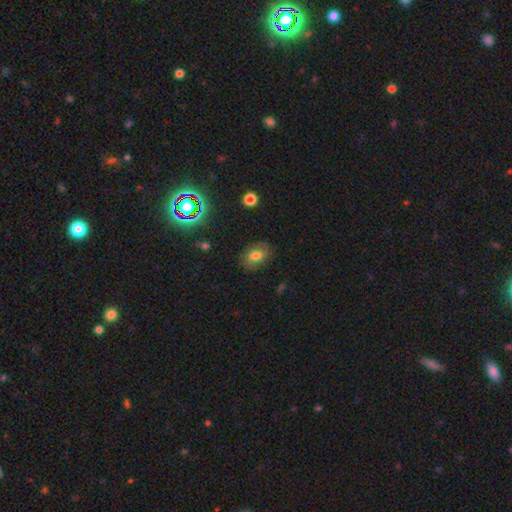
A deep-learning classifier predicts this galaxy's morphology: type=smooth (64%); roundness=in between (76%); merging=none (79%).